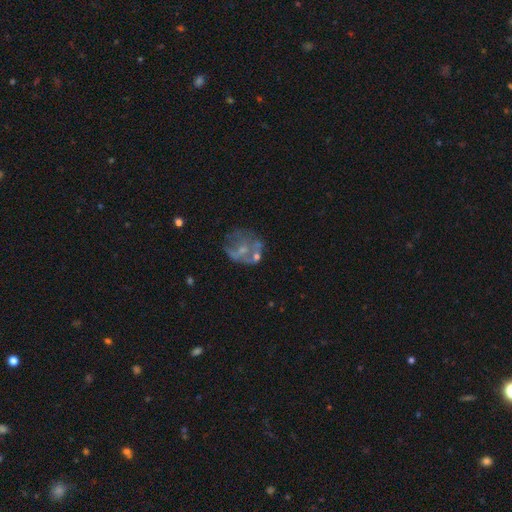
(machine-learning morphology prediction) This is possibly a featured or disk galaxy (58%). It is clearly not viewed edge-on (98%). Bar: likely no (77%). Spiral arm pattern: likely no (78%). Central bulge: marginally small (45%). Merging: marginally none (42%).